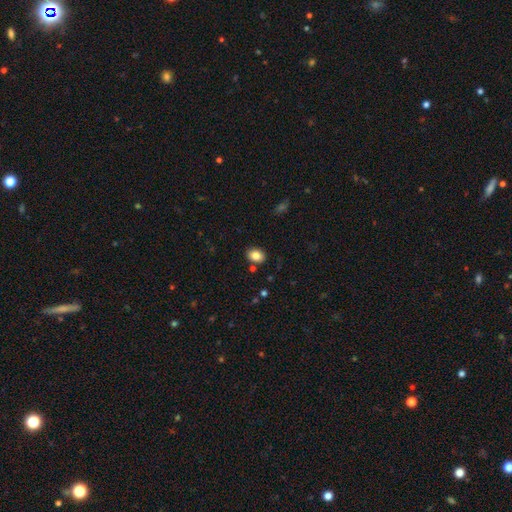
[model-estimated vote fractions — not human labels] smooth-or-featured: smooth: 84% | star or artifact: 9% | featured or disk: 7%
  how-rounded: in between: 69% | round: 31% | cigar-shaped: 1%
  merging: none: 86% | minor disturbance: 9% | merger: 3% | major disturbance: 2%